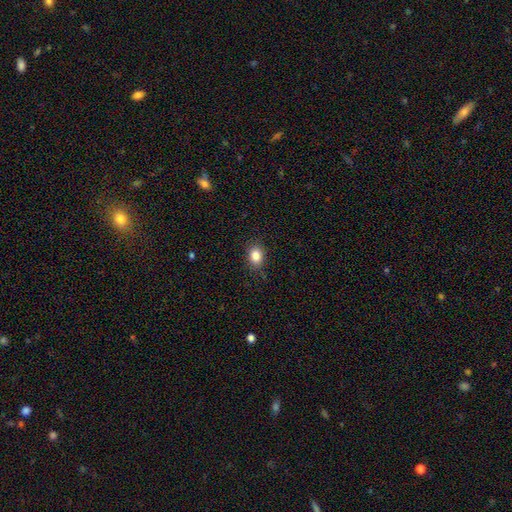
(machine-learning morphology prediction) Smooth or featured? Predicted: smooth (p=0.85). How rounded? Predicted: in between (p=0.61). Merging? Predicted: none (p=0.85).